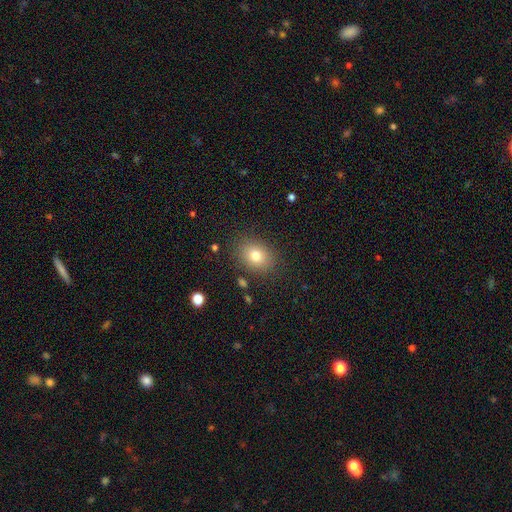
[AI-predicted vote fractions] Smooth or featured? Predicted: smooth (p=0.78). How rounded? Predicted: in between (p=0.61). Merging? Predicted: none (p=0.84).